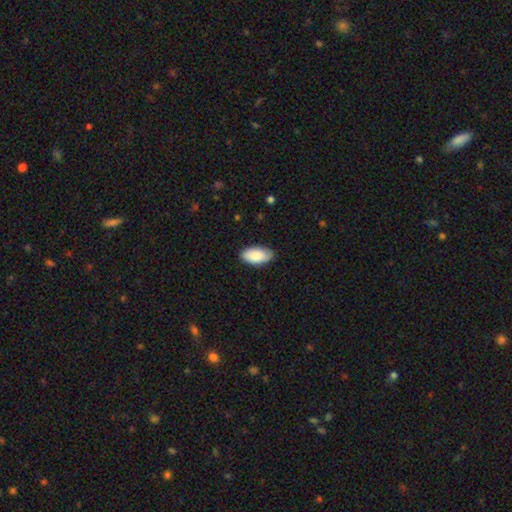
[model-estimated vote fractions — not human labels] Smooth or featured? Predicted: smooth (p=0.87). How rounded? Predicted: in between (p=0.95). Merging? Predicted: none (p=0.84).